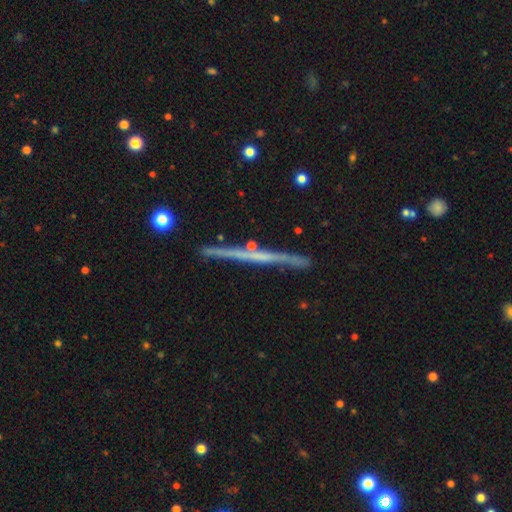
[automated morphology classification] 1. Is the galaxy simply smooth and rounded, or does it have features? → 71% featured or disk, 23% smooth, 6% star or artifact.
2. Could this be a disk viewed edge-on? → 98% yes, 2% no.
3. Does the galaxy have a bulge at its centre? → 80% none, 15% rounded, 5% boxy.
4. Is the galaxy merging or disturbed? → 88% none, 8% minor disturbance, 2% merger, 2% major disturbance.